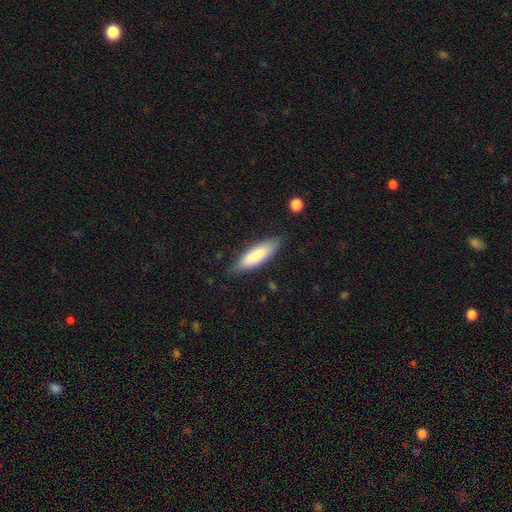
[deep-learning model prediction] Smooth or featured? smooth (79%)
How rounded? in between (49%, tied with cigar-shaped)
Merging? none (80%)